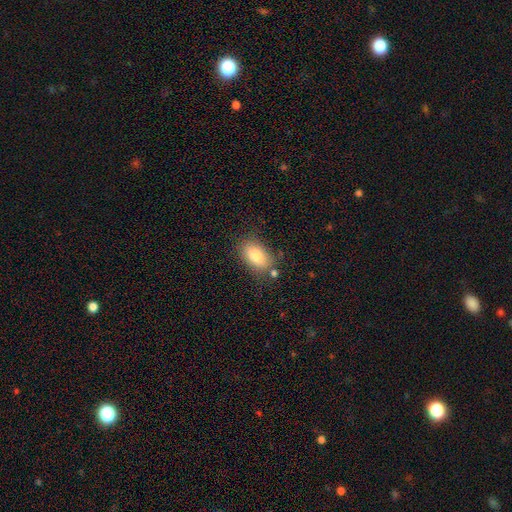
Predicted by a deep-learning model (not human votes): smooth-or-featured: smooth: 83% | featured or disk: 9% | star or artifact: 8%
  how-rounded: in between: 91% | round: 7% | cigar-shaped: 2%
  merging: none: 76% | minor disturbance: 15% | merger: 5% | major disturbance: 4%